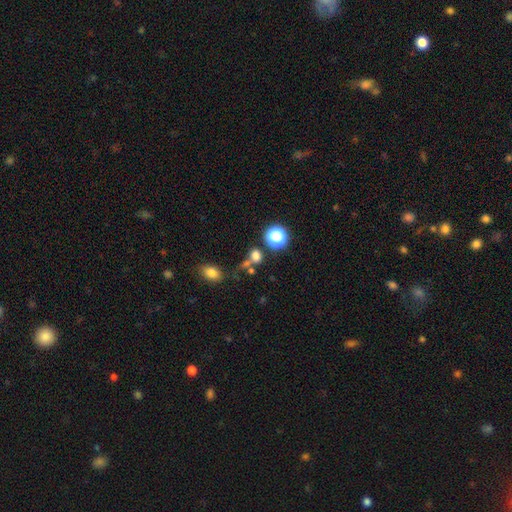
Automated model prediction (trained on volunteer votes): smooth-or-featured: smooth: 69% | star or artifact: 23% | featured or disk: 8%
  how-rounded: round: 63% | in between: 35% | cigar-shaped: 2%
  merging: none: 54% | merger: 27% | minor disturbance: 11% | major disturbance: 7%